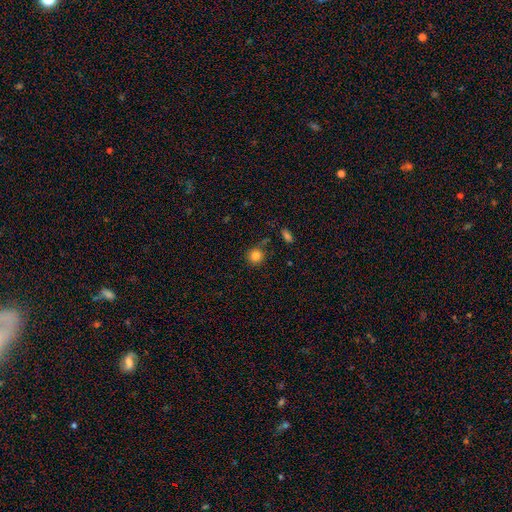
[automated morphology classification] This is clearly a smooth galaxy (83%). How rounded: clearly round (92%). Merging: clearly none (81%).